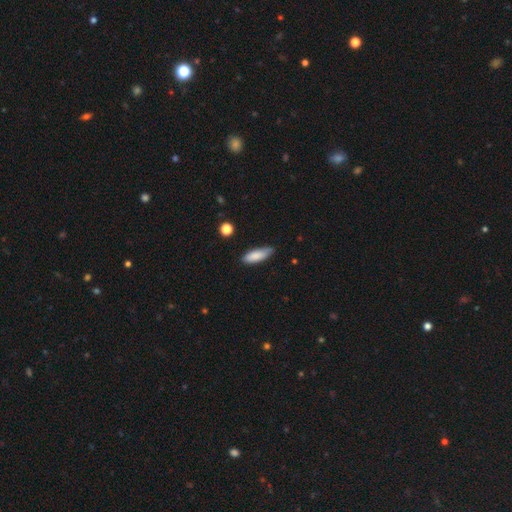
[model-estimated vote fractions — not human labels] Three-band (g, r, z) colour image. It shows a smooth galaxy with no disk features (84%) that is in between round and cigar-shaped (56%). Merging: none (72%).